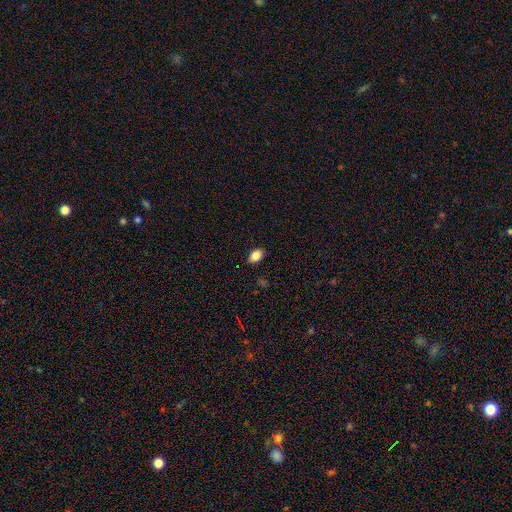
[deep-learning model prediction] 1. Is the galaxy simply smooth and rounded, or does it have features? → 85% smooth, 9% star or artifact, 6% featured or disk.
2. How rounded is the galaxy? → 82% in between, 16% round, 2% cigar-shaped.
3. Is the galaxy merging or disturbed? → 87% none, 10% minor disturbance, 2% major disturbance, 1% merger.